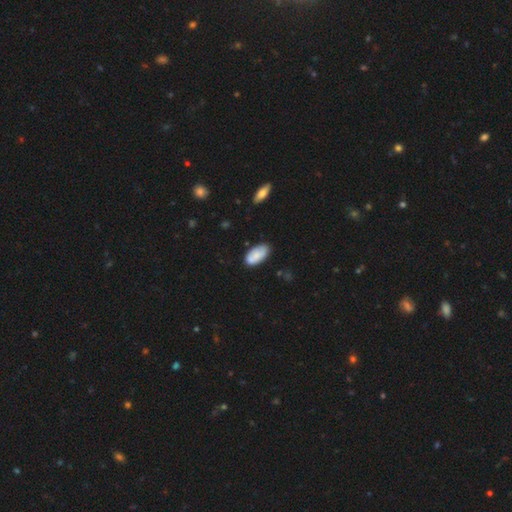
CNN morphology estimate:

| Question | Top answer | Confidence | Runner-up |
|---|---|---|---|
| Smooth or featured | smooth | 76% | featured or disk (17%) |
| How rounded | in between | 94% | cigar-shaped (3%) |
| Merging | none | 70% | minor disturbance (22%) |